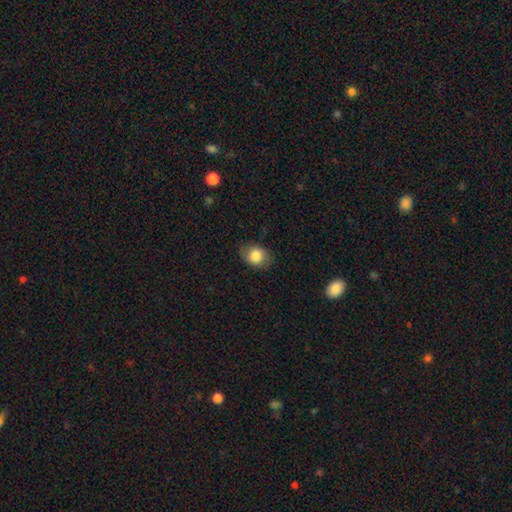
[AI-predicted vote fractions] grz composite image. It shows a smooth galaxy with no disk features (82%) that is in between round and cigar-shaped (65%). Merging: none (82%).